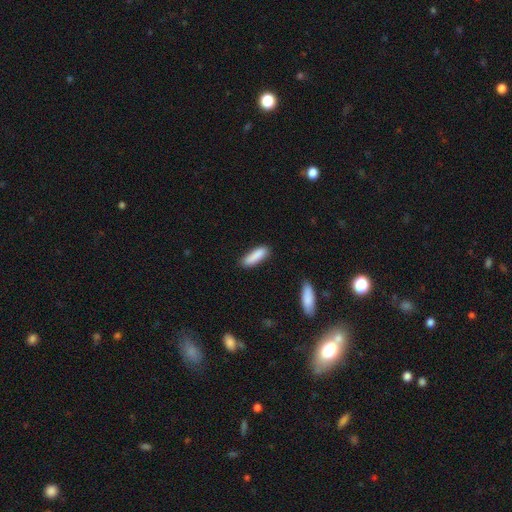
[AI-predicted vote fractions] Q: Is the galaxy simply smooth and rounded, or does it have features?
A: smooth — 88%.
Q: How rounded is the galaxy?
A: cigar-shaped — 57%.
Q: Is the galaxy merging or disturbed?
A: none — 84%.